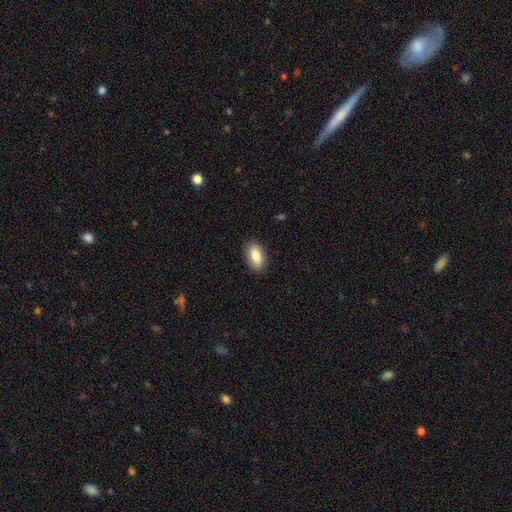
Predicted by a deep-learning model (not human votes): Smooth or featured? Predicted: smooth (p=0.84). How rounded? Predicted: in between (p=0.90). Merging? Predicted: none (p=0.88).